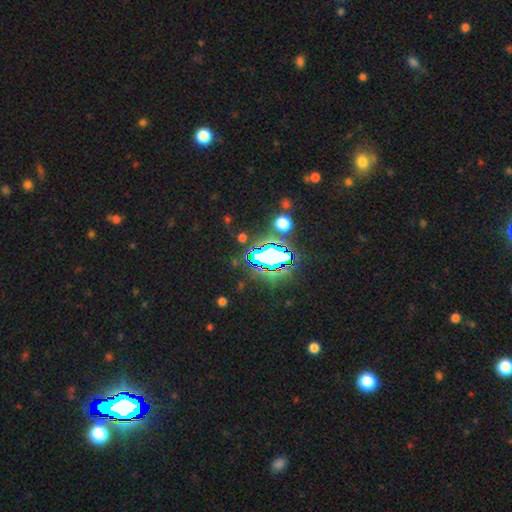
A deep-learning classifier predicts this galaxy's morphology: Smooth or featured: star or artifact — 69% (smooth — 19%)